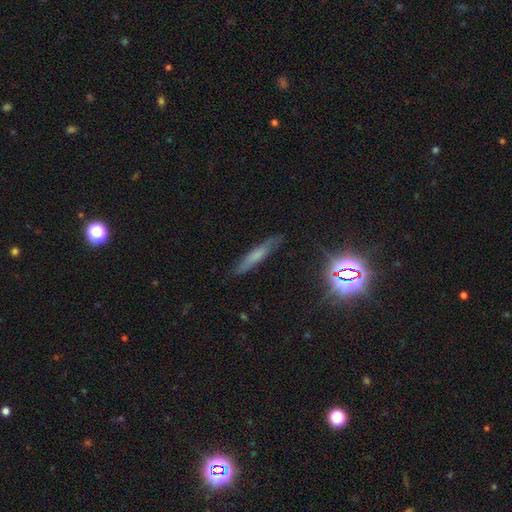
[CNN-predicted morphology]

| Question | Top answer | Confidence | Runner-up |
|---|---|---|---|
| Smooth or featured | smooth | 51% | featured or disk (32%) |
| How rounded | cigar-shaped | 88% | in between (10%) |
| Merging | none | 81% | minor disturbance (14%) |